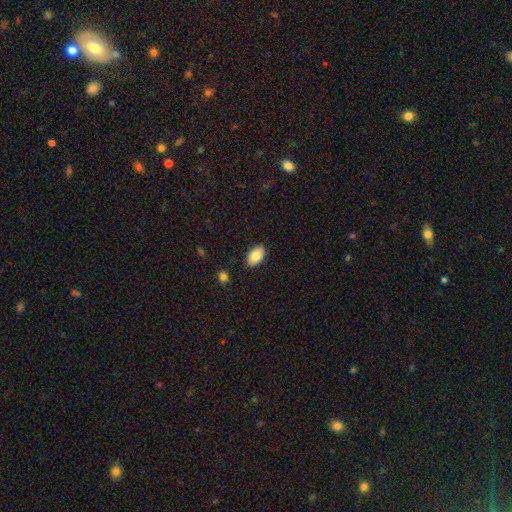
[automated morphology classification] Q: Smooth or featured?
A: smooth (85%); runner-up: featured or disk (9%)
Q: How rounded?
A: in between (93%); runner-up: round (5%)
Q: Merging?
A: none (88%); runner-up: minor disturbance (9%)